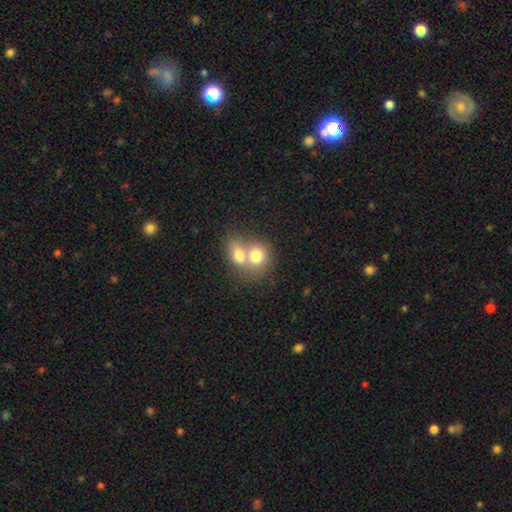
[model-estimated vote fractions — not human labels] smooth-or-featured: smooth: 72% | featured or disk: 19% | star or artifact: 9%
  how-rounded: round: 59% | in between: 40% | cigar-shaped: 1%
  merging: merger: 71% | none: 20% | minor disturbance: 5% | major disturbance: 3%